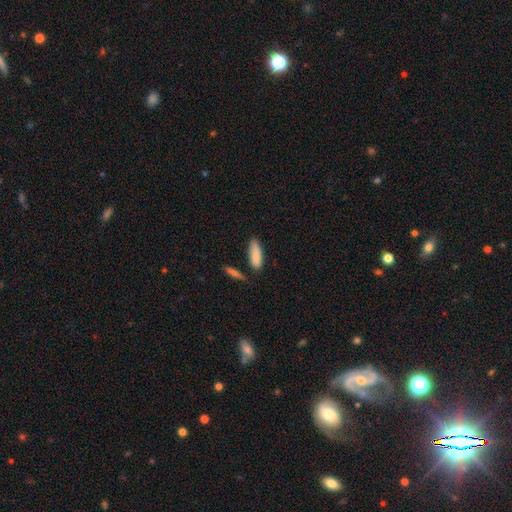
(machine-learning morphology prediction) smooth-or-featured: smooth: 86% | featured or disk: 8% | star or artifact: 6%
  how-rounded: in between: 63% | cigar-shaped: 35% | round: 2%
  merging: none: 72% | minor disturbance: 18% | merger: 7% | major disturbance: 3%